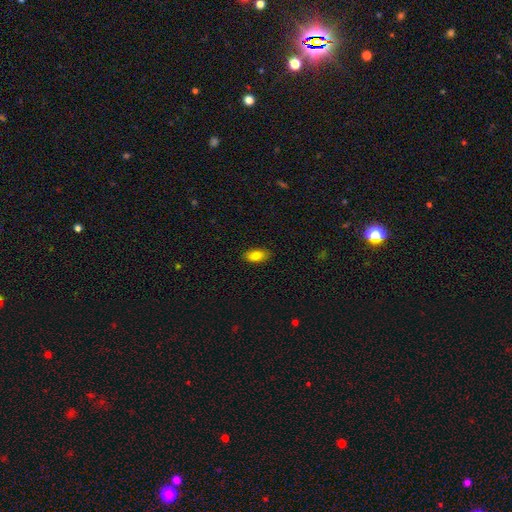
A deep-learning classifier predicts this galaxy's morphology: Smooth or featured? Predicted: smooth (p=0.82). How rounded? Predicted: in between (p=0.90). Merging? Predicted: none (p=0.87).